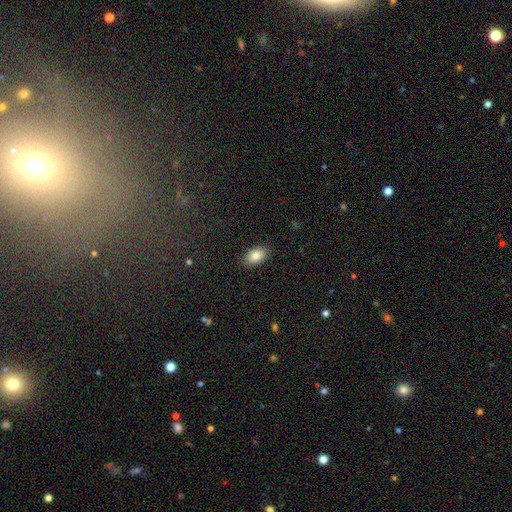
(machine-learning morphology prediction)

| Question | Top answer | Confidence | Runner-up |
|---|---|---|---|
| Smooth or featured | smooth | 84% | featured or disk (9%) |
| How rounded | in between | 92% | round (6%) |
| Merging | none | 88% | minor disturbance (9%) |